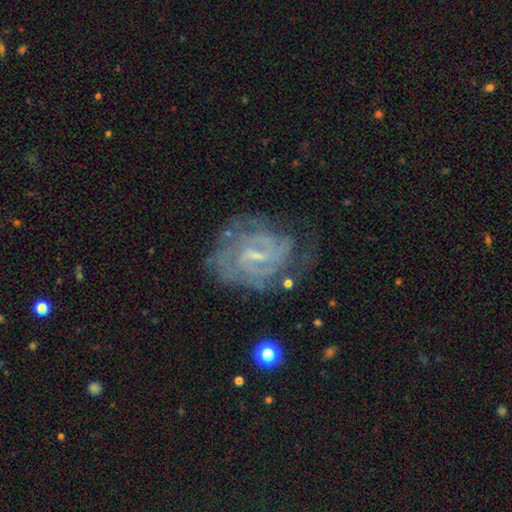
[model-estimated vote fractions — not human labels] Morphology: type=featured or disk (84%); edge-on=no (97%); bar=weak (59%); spiral arms=yes (94%); winding=tight (63%); arm count=2 (36%); bulge=small (62%); merging=none (64%).